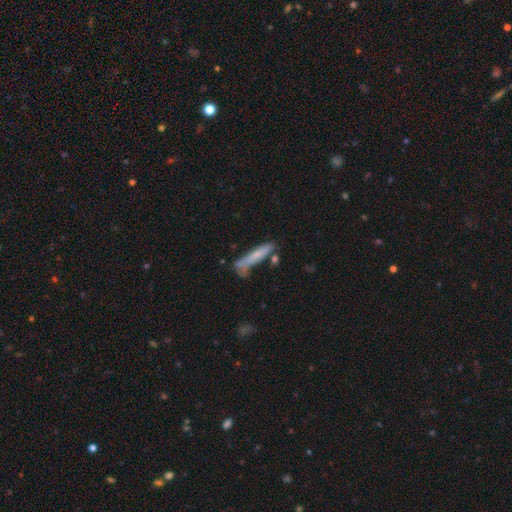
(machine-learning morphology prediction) smooth_or_featured: smooth (p=0.62) [alt: featured or disk p=0.30]
how_rounded: cigar-shaped (p=0.89) [alt: in between p=0.09]
merging: none (p=0.55) [alt: minor disturbance p=0.24]